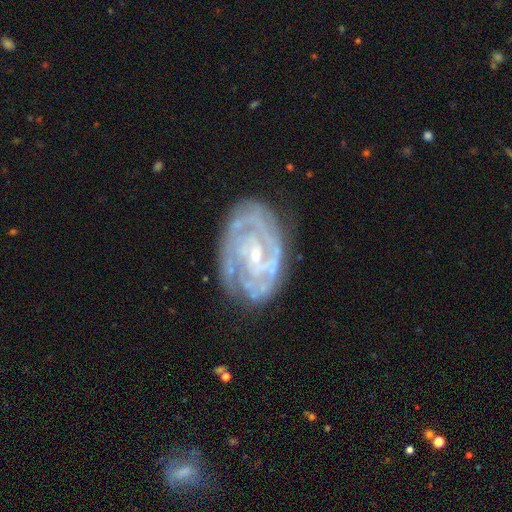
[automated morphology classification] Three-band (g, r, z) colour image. It shows a featured or disk galaxy (88%) with no bar (50%), 2 (31%) tight (72%) spiral arms (95%) and a small central bulge (72%). Merging: none (74%).